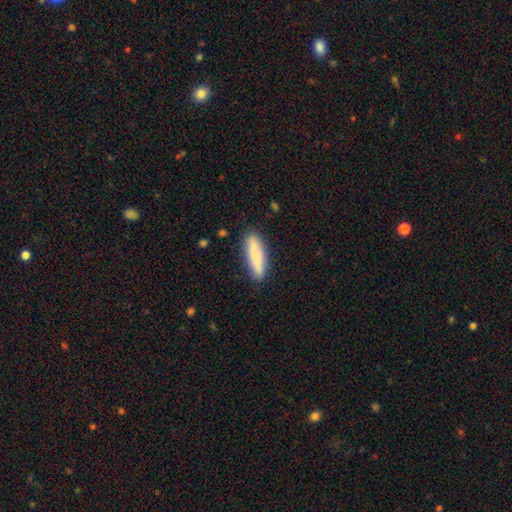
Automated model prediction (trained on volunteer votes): Morphology: type=smooth (83%); roundness=cigar-shaped (75%); merging=none (87%).